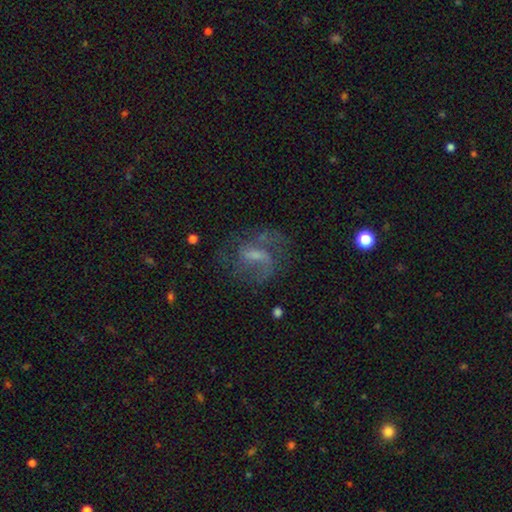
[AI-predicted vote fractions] Smooth or featured: featured or disk — 72% (smooth — 18%)
Edge-on disk: no — 97% (yes — 3%)
Bar: weak — 53% (no — 26%)
Spiral arms: yes — 84% (no — 16%)
Spiral winding: medium — 47% (loose — 38%)
Spiral arm count: 2 — 58% (1 — 16%)
Bulge size: small — 46% (moderate — 25%)
Merging: none — 52% (major disturbance — 26%)